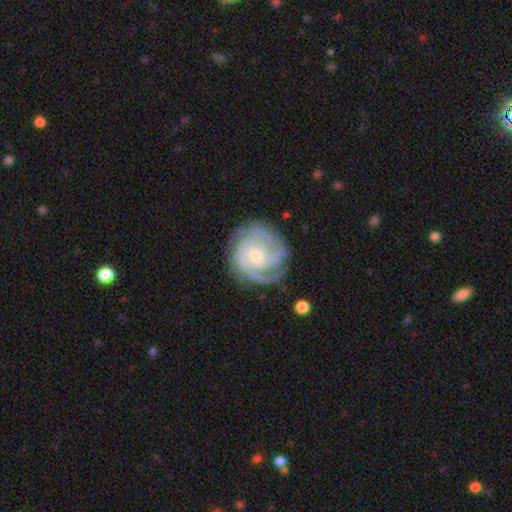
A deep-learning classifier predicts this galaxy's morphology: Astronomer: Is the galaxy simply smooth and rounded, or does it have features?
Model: featured or disk — 88%.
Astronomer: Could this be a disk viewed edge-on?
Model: no — 98%.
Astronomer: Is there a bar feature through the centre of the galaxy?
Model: no — 67%.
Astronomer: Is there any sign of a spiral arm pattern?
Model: yes — 97%.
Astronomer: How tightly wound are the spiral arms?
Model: tight — 74%.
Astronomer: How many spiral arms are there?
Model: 3 — 34% (runner-up: can't tell, 21%).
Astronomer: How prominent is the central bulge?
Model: small — 56% (runner-up: moderate, 39%).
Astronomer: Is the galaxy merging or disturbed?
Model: none — 77%.